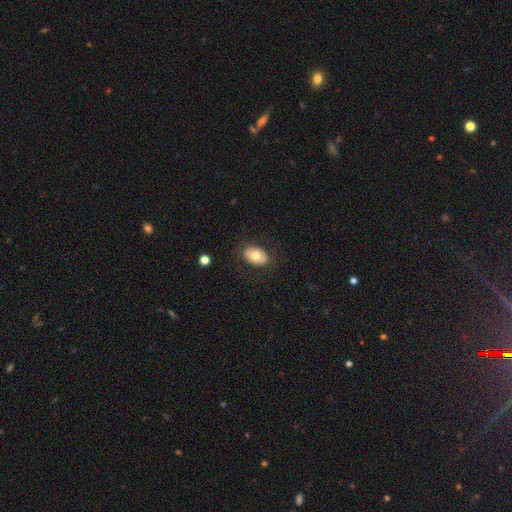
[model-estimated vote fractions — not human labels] smooth 70%, featured or disk 22%, star or artifact 8%. Down the decision tree: how rounded — in between (83%); merging — none (82%).